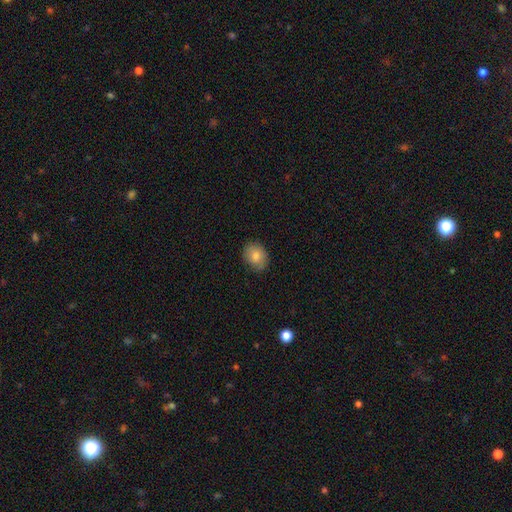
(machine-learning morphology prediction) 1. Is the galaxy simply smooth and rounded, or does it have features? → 78% smooth, 13% featured or disk, 8% star or artifact.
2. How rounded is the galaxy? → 57% in between, 42% round, 1% cigar-shaped.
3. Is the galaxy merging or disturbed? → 81% none, 15% minor disturbance, 3% major disturbance, 1% merger.